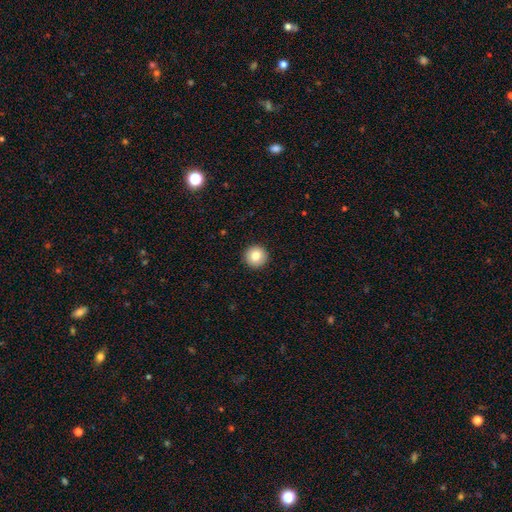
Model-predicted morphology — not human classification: Q: Smooth or featured?
A: smooth (82%); runner-up: featured or disk (10%)
Q: How rounded?
A: round (96%); runner-up: in between (3%)
Q: Merging?
A: none (93%); runner-up: minor disturbance (4%)